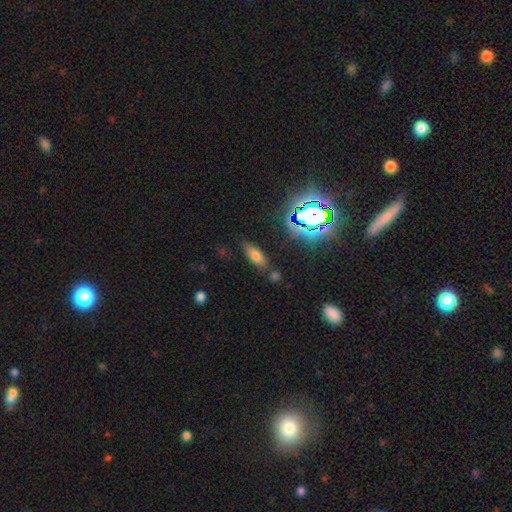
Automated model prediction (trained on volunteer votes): This appears to be a smooth galaxy with no disk features (65%) that is in between round and cigar-shaped (69%). Merging: none (75%).